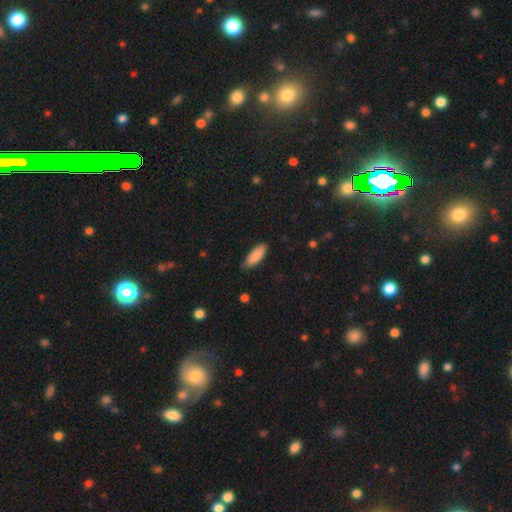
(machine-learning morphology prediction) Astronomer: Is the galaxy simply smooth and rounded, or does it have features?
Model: smooth — 88%.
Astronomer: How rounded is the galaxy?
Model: in between — 72%.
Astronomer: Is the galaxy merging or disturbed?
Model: none — 77%.